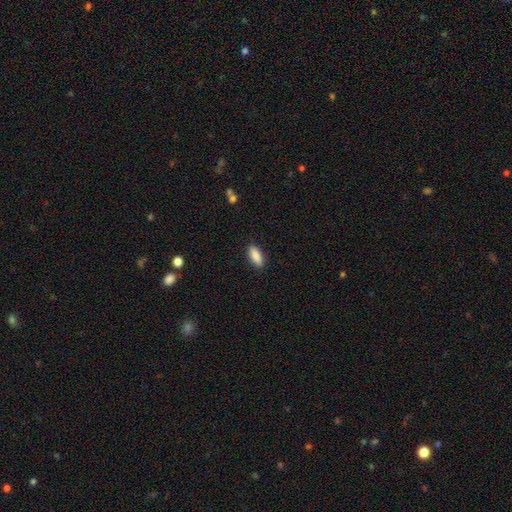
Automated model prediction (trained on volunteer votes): smooth_or_featured: smooth (p=0.88) [alt: star or artifact p=0.07]
how_rounded: in between (p=0.78) [alt: cigar-shaped p=0.20]
merging: none (p=0.88) [alt: minor disturbance p=0.09]